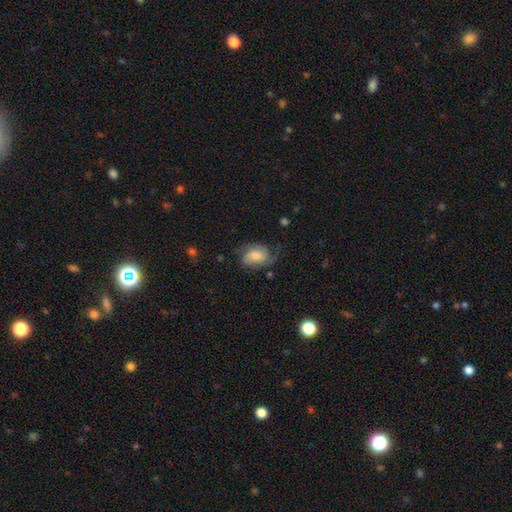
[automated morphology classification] A featured or disk galaxy (50%).

Vote fractions:
- Smooth or featured? featured or disk: 50% / smooth: 42% / star or artifact: 8%
- Merging? none: 51% / minor disturbance: 28% / major disturbance: 19% / merger: 2%